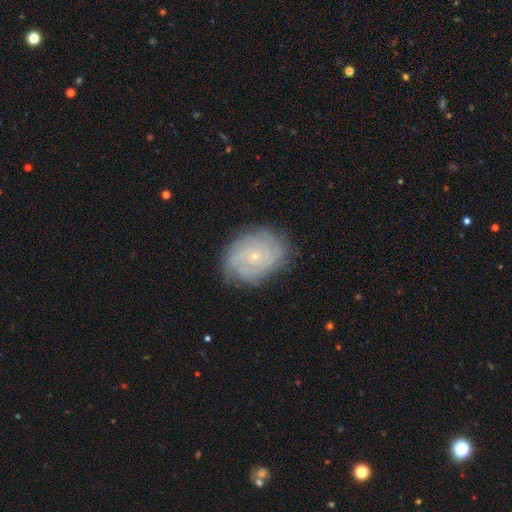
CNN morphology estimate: This appears to be a featured or disk galaxy (64%) with no bar (78%), tight (69%) spiral arms (91%) and a small central bulge (74%). Merging: none (82%).